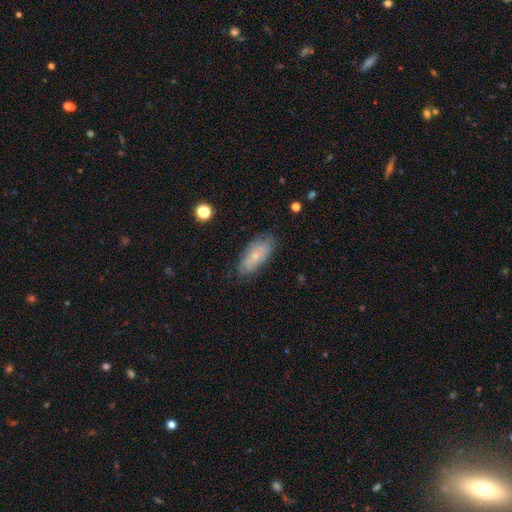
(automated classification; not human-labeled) Smooth or featured? Predicted: smooth (p=0.64). How rounded? Predicted: in between (p=0.85). Merging? Predicted: none (p=0.76).